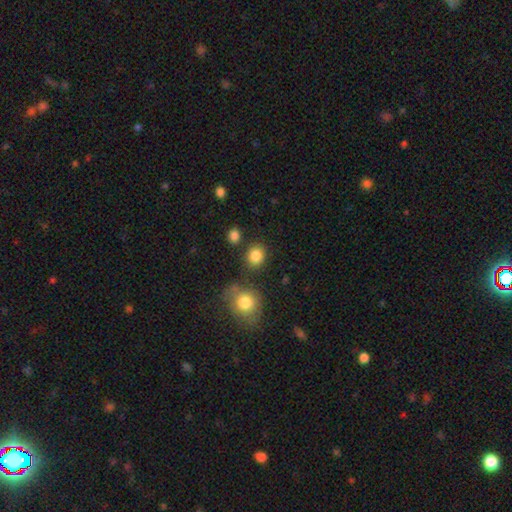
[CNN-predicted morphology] Smooth or featured?
  - smooth: 85% *
  - star or artifact: 10%
  - featured or disk: 5%
How rounded?
  - round: 73% *
  - in between: 26%
  - cigar-shaped: 1%
Merging?
  - none: 79% *
  - minor disturbance: 10%
  - merger: 8%
  - major disturbance: 4%